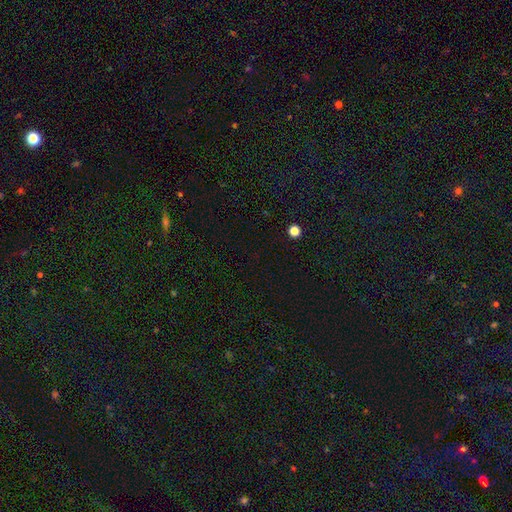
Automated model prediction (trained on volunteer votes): Smooth or featured: star or artifact — 62% (smooth — 32%)